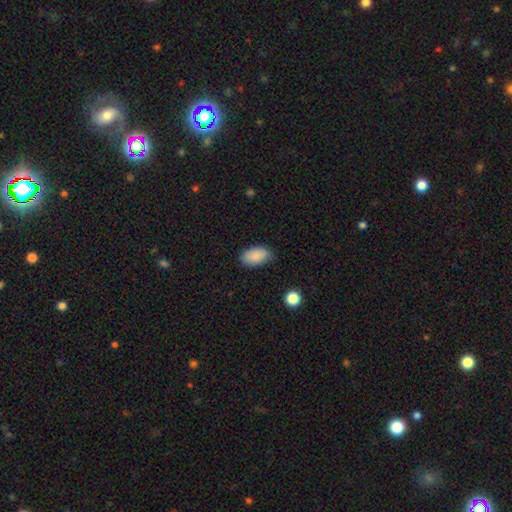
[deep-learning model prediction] smooth_or_featured: smooth (p=0.88) [alt: star or artifact p=0.07]
how_rounded: in between (p=0.93) [alt: round p=0.05]
merging: none (p=0.81) [alt: minor disturbance p=0.15]